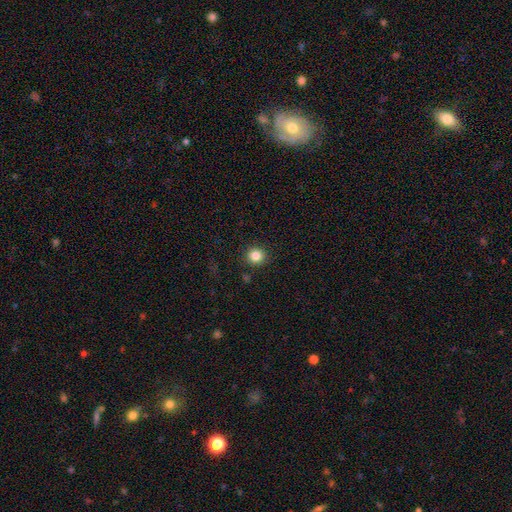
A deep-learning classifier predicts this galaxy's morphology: Smooth or featured? smooth (84%)
How rounded? round (91%)
Merging? none (90%)